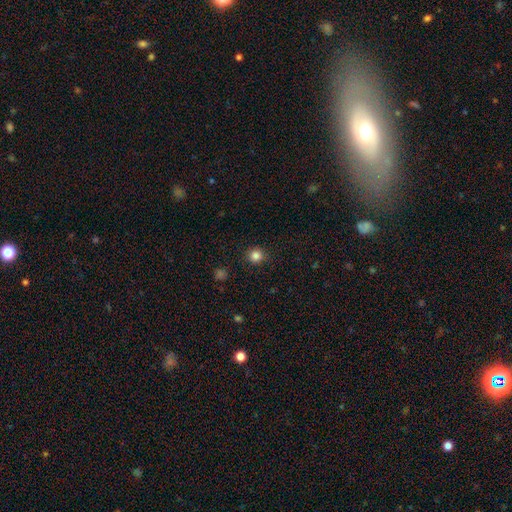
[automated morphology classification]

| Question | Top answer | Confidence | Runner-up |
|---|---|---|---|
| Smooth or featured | smooth | 84% | star or artifact (12%) |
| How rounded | round | 92% | in between (7%) |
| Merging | none | 91% | minor disturbance (6%) |